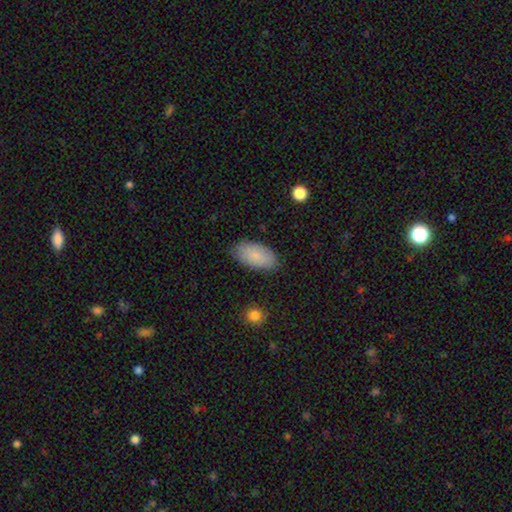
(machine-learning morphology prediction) Smooth or featured: smooth — 85% (featured or disk — 9%)
How rounded: in between — 95% (cigar-shaped — 3%)
Merging: none — 85% (minor disturbance — 11%)